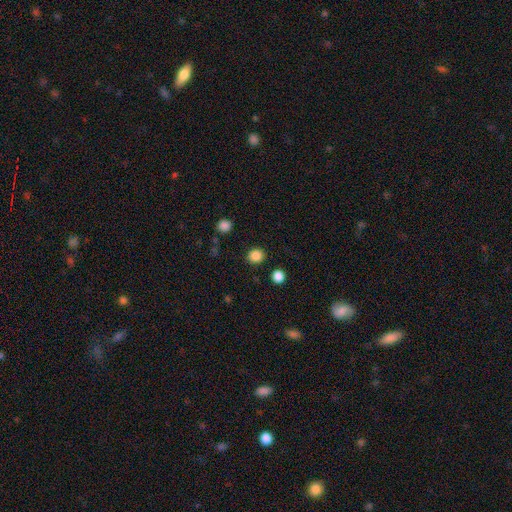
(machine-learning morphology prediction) Smooth or featured? Predicted: smooth (p=0.86). How rounded? Predicted: round (p=0.88). Merging? Predicted: none (p=0.90).